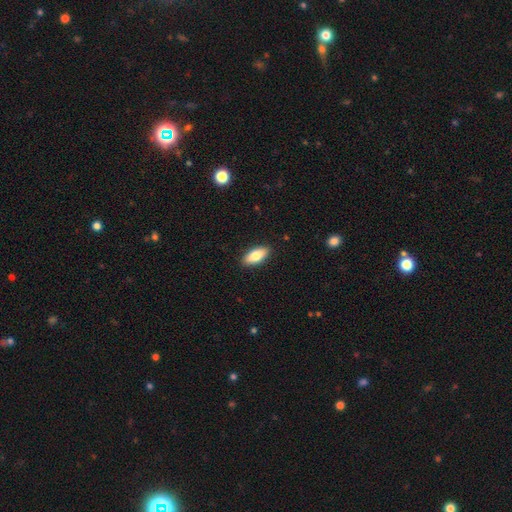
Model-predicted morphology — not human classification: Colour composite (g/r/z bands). It shows a smooth galaxy with no disk features (78%) that is in between round and cigar-shaped (83%). Merging: none (90%).